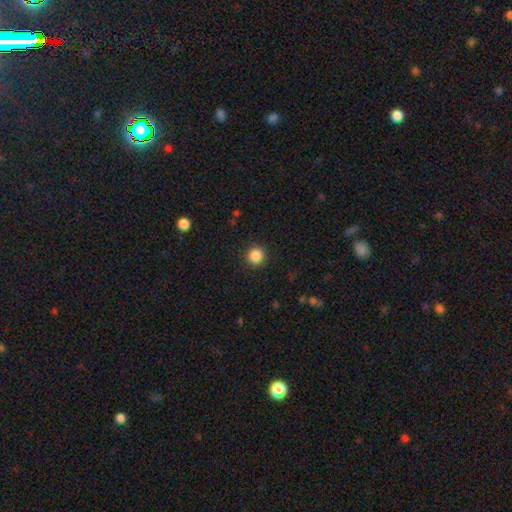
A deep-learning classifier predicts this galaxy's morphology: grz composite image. It shows a smooth galaxy with no disk features (87%) that is round (94%). Merging: none (92%).